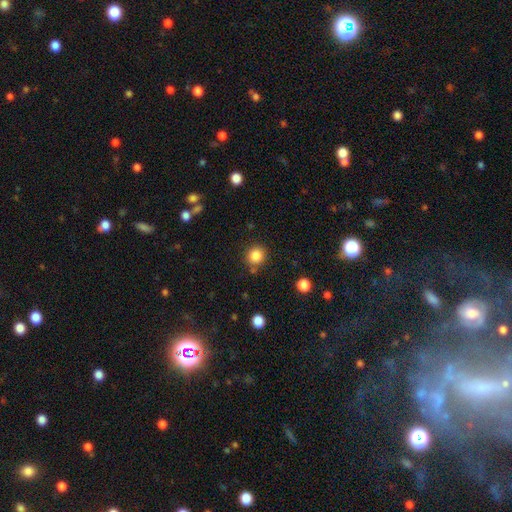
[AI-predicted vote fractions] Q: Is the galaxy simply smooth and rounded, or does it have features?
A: smooth — 85%.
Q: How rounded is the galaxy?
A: round — 89%.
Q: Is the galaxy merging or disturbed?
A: none — 83%.